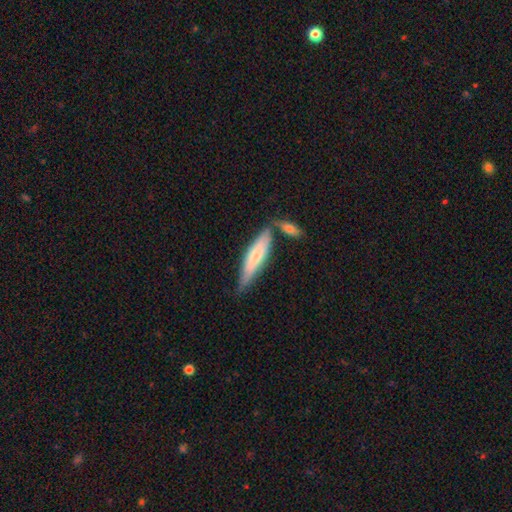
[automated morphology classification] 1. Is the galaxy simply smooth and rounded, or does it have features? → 60% smooth, 35% featured or disk, 5% star or artifact.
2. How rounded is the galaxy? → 76% cigar-shaped, 23% in between, 1% round.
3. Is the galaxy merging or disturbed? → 62% none, 17% merger, 17% minor disturbance, 4% major disturbance.